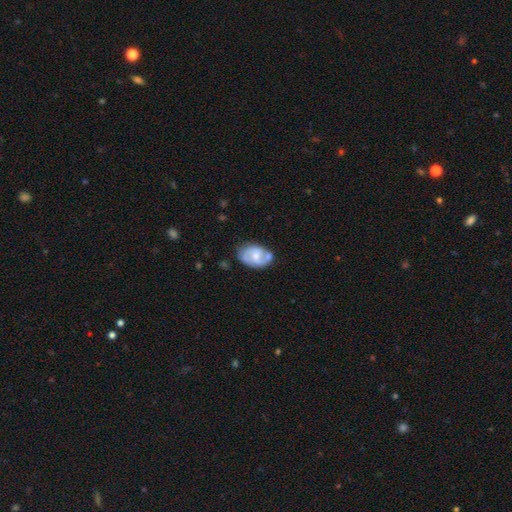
This appears to be a featured or disk galaxy (74%) with no bar (50%), 2 (100%) medium (42%) spiral arms (68%) and a small central bulge (50%). Merging: none (46%).